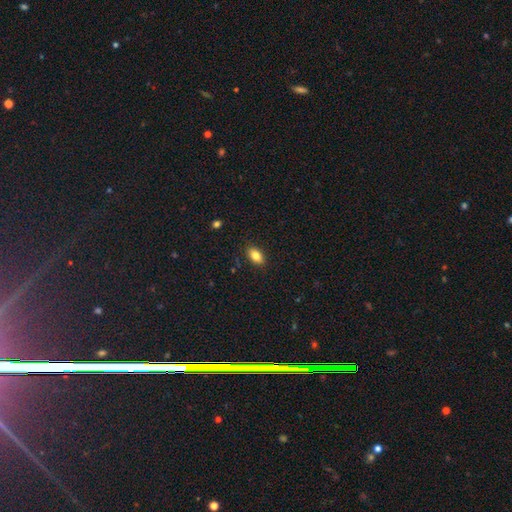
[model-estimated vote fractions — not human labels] A smooth galaxy with no disk features (84%) that is in between round and cigar-shaped (90%).

Vote fractions:
- Smooth or featured? smooth: 84% / star or artifact: 8% / featured or disk: 8%
- How rounded? in between: 90% / round: 6% / cigar-shaped: 3%
- Merging? none: 88% / minor disturbance: 9% / major disturbance: 2% / merger: 1%